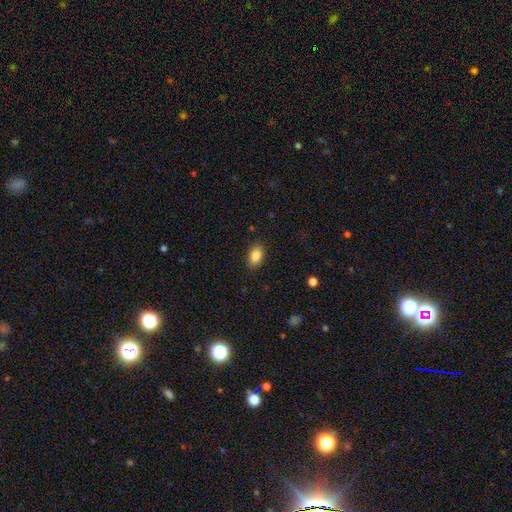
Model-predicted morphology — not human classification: This appears to be a smooth galaxy with no disk features (86%) that is in between round and cigar-shaped (86%). Merging: none (86%).